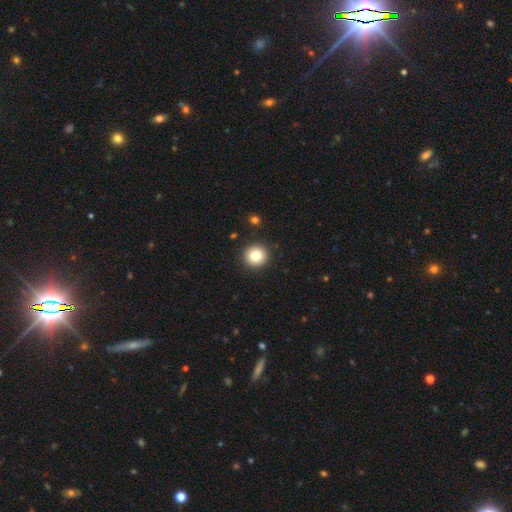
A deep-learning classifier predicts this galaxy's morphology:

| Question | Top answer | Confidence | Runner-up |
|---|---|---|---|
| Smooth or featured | smooth | 81% | star or artifact (10%) |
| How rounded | round | 95% | in between (4%) |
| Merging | none | 92% | minor disturbance (5%) |